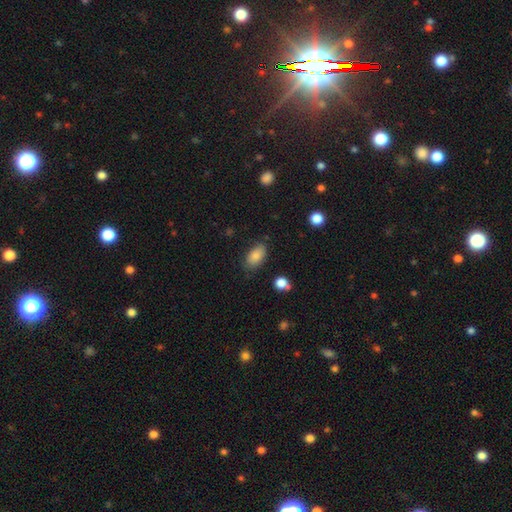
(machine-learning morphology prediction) Smooth or featured?
  - smooth: 85% *
  - star or artifact: 8%
  - featured or disk: 7%
How rounded?
  - in between: 92% *
  - round: 6%
  - cigar-shaped: 3%
Merging?
  - none: 78% *
  - minor disturbance: 16%
  - major disturbance: 4%
  - merger: 2%